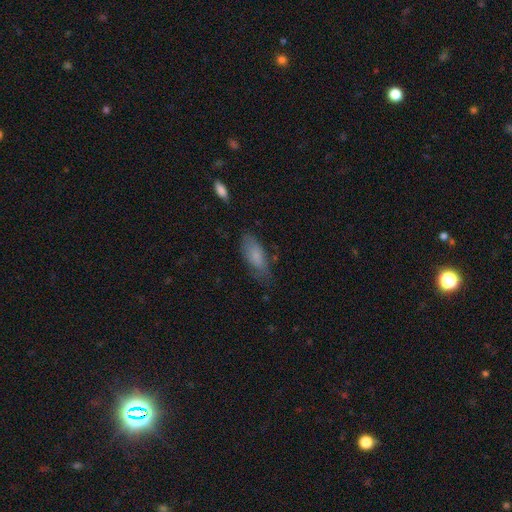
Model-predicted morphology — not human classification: A smooth galaxy with no disk features (76%) that is in between round and cigar-shaped (75%). Merging: none (63%).